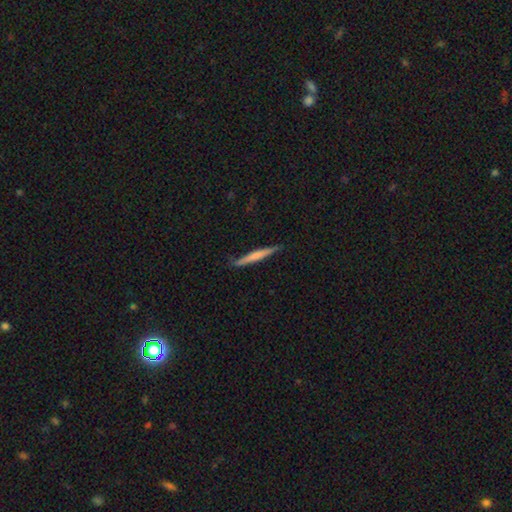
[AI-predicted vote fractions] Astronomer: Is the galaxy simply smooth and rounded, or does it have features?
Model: smooth — 58% (runner-up: featured or disk, 37%).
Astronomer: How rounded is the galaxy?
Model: cigar-shaped — 95%.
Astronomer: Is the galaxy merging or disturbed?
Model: none — 81%.